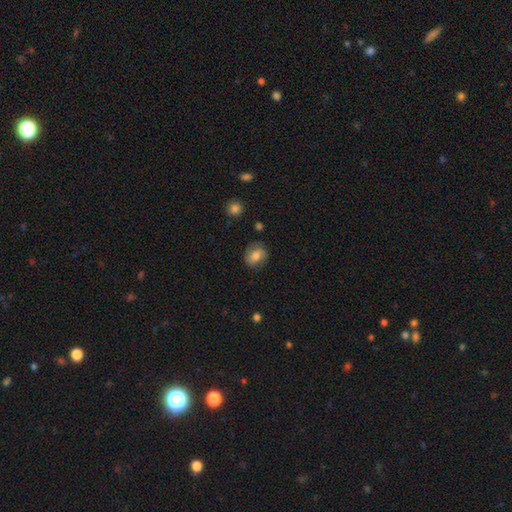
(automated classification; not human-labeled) smooth-or-featured: smooth: 66% | featured or disk: 26% | star or artifact: 9%
  how-rounded: round: 59% | in between: 40% | cigar-shaped: 1%
  merging: none: 78% | minor disturbance: 16% | major disturbance: 4% | merger: 2%